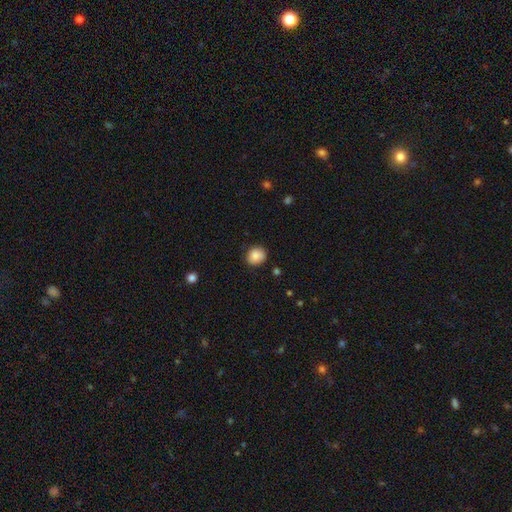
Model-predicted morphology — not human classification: This appears to be a smooth galaxy with no disk features (87%) that is round (73%). Merging: none (81%).